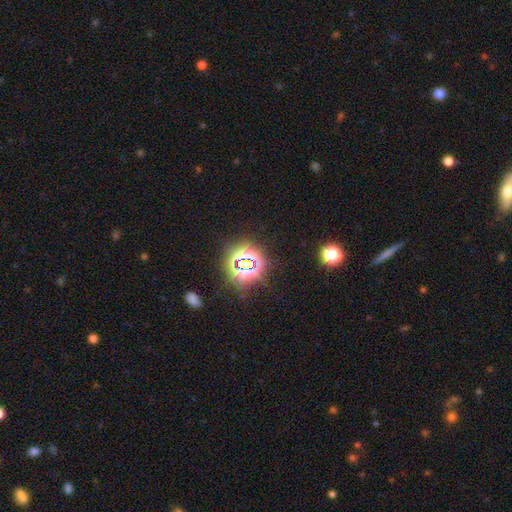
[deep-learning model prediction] This is likely a star or artifact rather than a galaxy (76%).